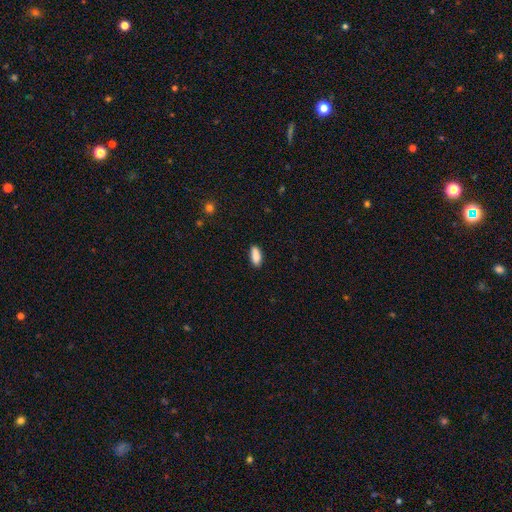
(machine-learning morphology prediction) smooth_or_featured: smooth (p=0.88) [alt: star or artifact p=0.07]
how_rounded: in between (p=0.79) [alt: cigar-shaped p=0.19]
merging: none (p=0.85) [alt: minor disturbance p=0.11]